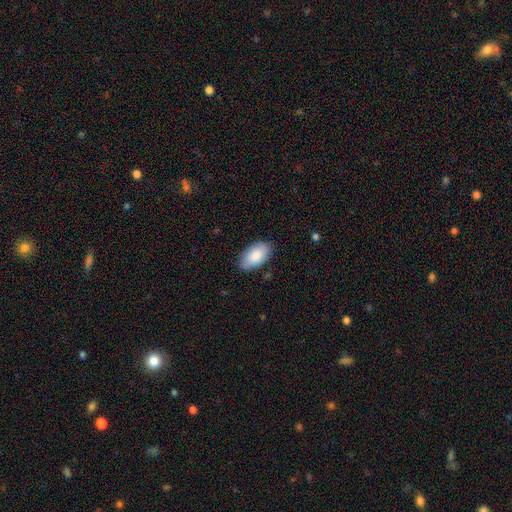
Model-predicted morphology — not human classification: This appears to be a smooth galaxy with no disk features (85%) that is in between round and cigar-shaped (95%). Merging: none (83%).